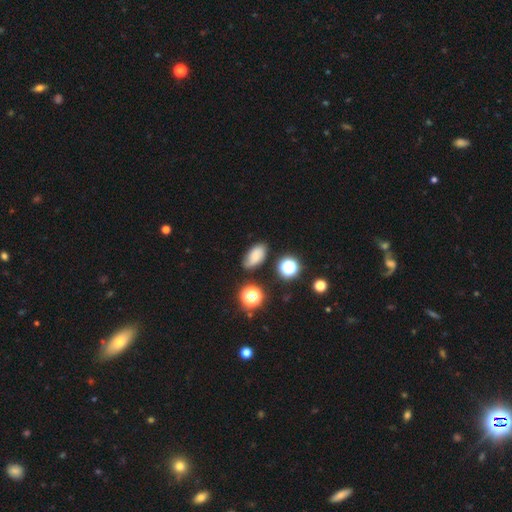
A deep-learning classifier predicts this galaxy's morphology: Smooth or featured? smooth (61%)
How rounded? in between (86%)
Merging? none (73%)